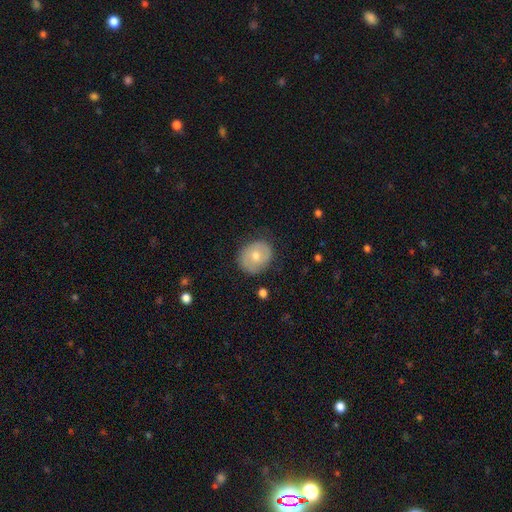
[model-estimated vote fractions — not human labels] Smooth or featured? smooth (62%)
How rounded? round (67%)
Merging? none (79%)